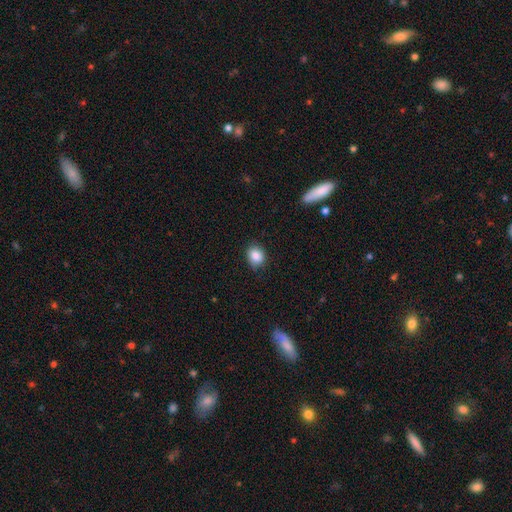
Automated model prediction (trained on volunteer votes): A smooth galaxy with no disk features (86%) that is round (60%). Merging: none (81%).